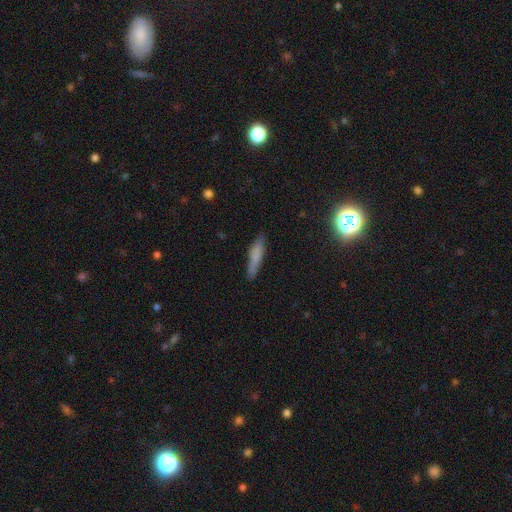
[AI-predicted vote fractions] smooth-or-featured: smooth: 72% | featured or disk: 19% | star or artifact: 9%
  how-rounded: cigar-shaped: 85% | in between: 13% | round: 2%
  merging: none: 80% | minor disturbance: 15% | major disturbance: 3% | merger: 2%